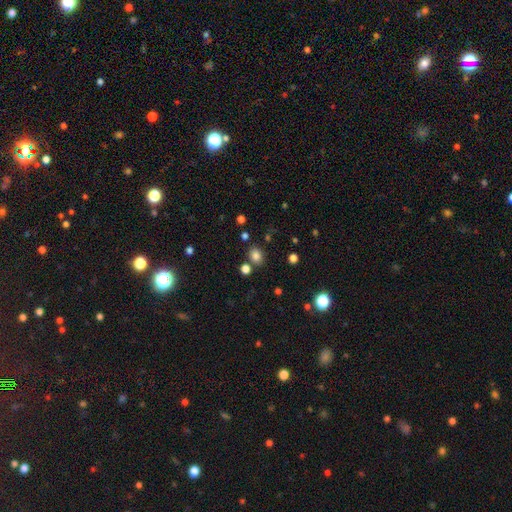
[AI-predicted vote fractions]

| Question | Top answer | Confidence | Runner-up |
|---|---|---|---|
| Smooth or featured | smooth | 81% | star or artifact (14%) |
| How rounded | round | 51% | in between (48%) |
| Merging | none | 79% | minor disturbance (10%) |